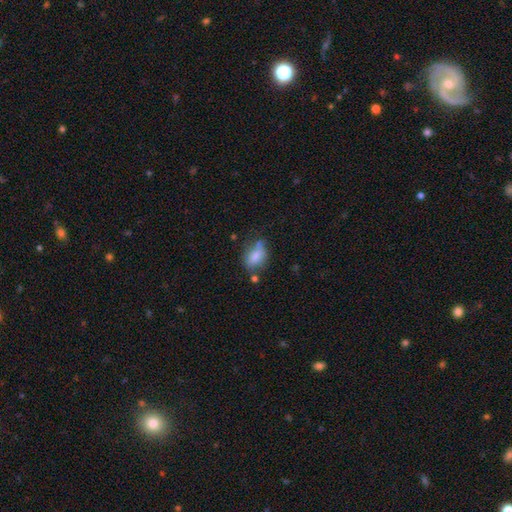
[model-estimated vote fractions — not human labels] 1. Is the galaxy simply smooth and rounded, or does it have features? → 75% smooth, 16% featured or disk, 9% star or artifact.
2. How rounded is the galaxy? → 78% in between, 18% round, 4% cigar-shaped.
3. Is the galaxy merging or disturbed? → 47% none, 29% minor disturbance, 12% merger, 12% major disturbance.